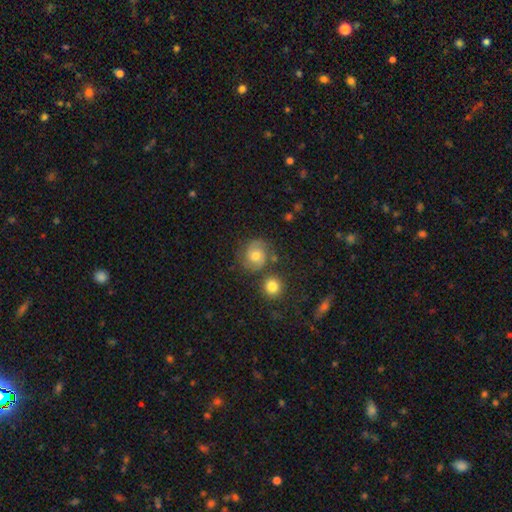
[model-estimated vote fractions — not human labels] Morphology: type=featured or disk (54%); edge-on=no (97%); bar=no (75%); spiral arms=yes (87%); bulge=moderate (68%); merging=none (69%).